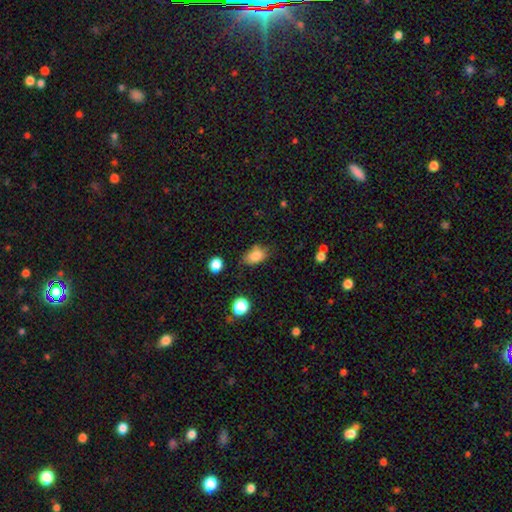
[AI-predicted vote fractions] Overall: smooth (83%). How rounded: in between (83%). Merging: none (69%).